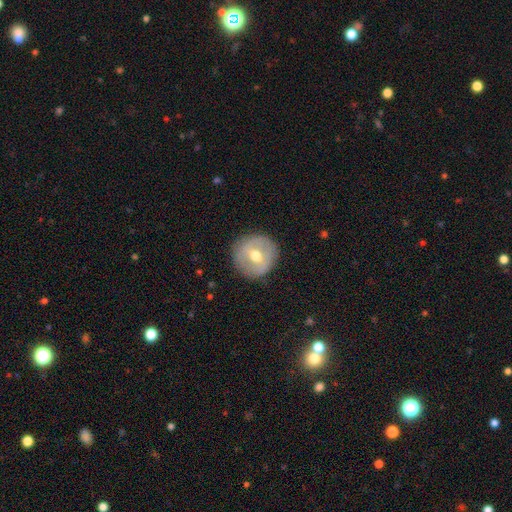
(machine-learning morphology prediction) Overall: smooth (47%; featured or disk 46%). Merging: none (87%).